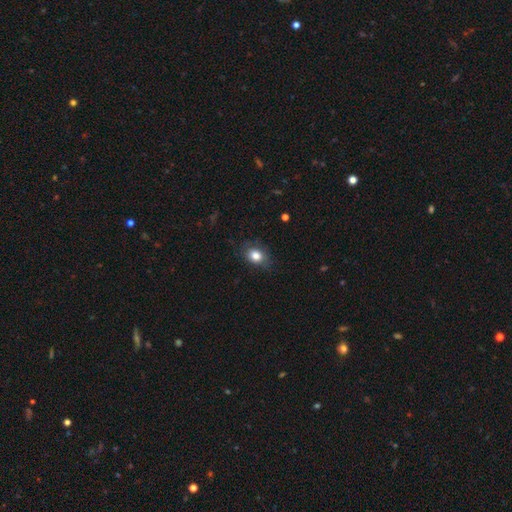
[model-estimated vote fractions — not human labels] smooth 81%, featured or disk 10%, star or artifact 9%. Down the decision tree: how rounded — in between (66%); merging — none (75%).